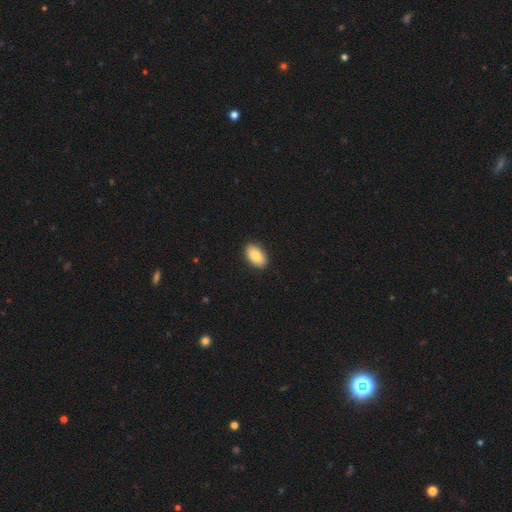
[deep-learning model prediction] Q: Smooth or featured?
A: smooth (86%); runner-up: featured or disk (8%)
Q: How rounded?
A: in between (94%); runner-up: round (5%)
Q: Merging?
A: none (90%); runner-up: minor disturbance (8%)